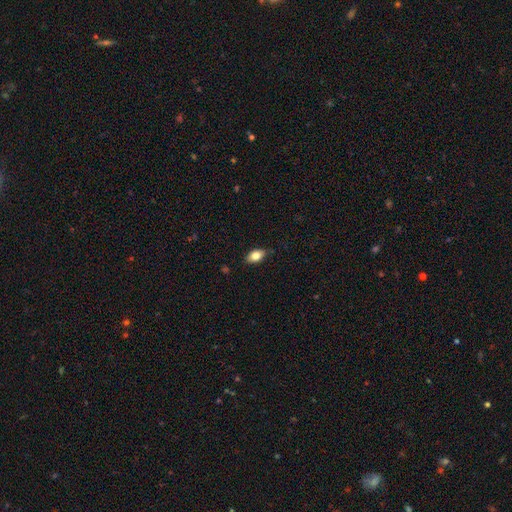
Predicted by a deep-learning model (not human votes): smooth-or-featured: smooth: 80% | featured or disk: 13% | star or artifact: 8%
  how-rounded: in between: 89% | round: 6% | cigar-shaped: 4%
  merging: none: 84% | minor disturbance: 13% | major disturbance: 2% | merger: 1%